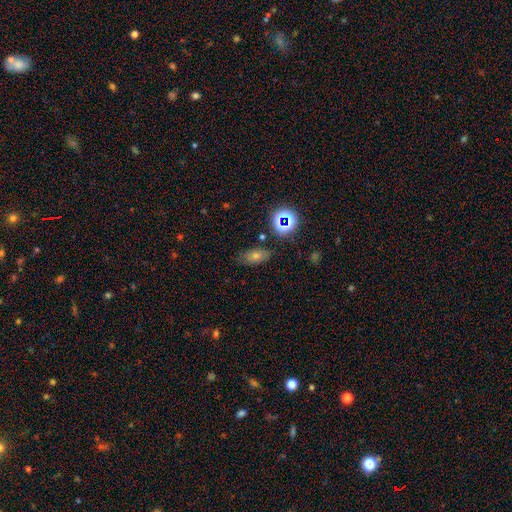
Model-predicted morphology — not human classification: Smooth or featured?
  - smooth: 52% *
  - star or artifact: 27%
  - featured or disk: 21%
How rounded?
  - in between: 79% *
  - round: 15%
  - cigar-shaped: 5%
Merging?
  - none: 77% *
  - minor disturbance: 15%
  - major disturbance: 4%
  - merger: 3%